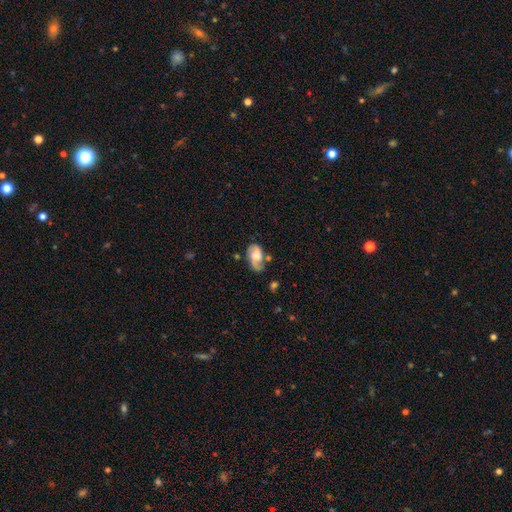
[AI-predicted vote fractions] Smooth or featured? Predicted: featured or disk (p=0.64). Edge-on disk? Predicted: no (p=0.96). Bar? Predicted: no (p=0.60). Spiral arms? Predicted: yes (p=0.87). Spiral winding? Predicted: medium (p=0.42). Spiral arm count? Predicted: 2 (p=0.75). Bulge size? Predicted: moderate (p=0.62). Merging? Predicted: none (p=0.53).